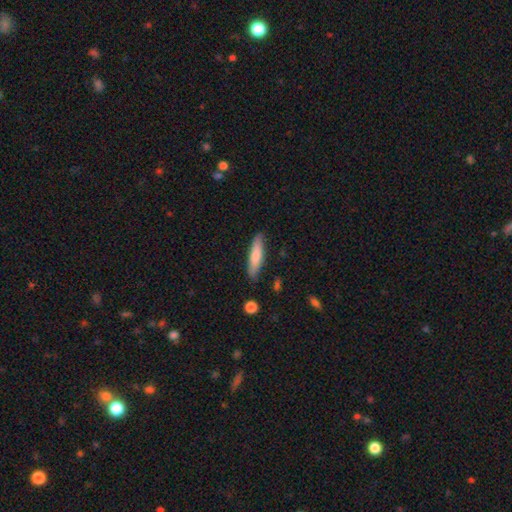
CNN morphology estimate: A smooth galaxy with no disk features (76%) that is cigar-shaped (80%).

Vote fractions:
- Smooth or featured? smooth: 76% / featured or disk: 19% / star or artifact: 6%
- How rounded? cigar-shaped: 80% / in between: 19% / round: 1%
- Merging? none: 84% / minor disturbance: 12% / major disturbance: 2% / merger: 2%